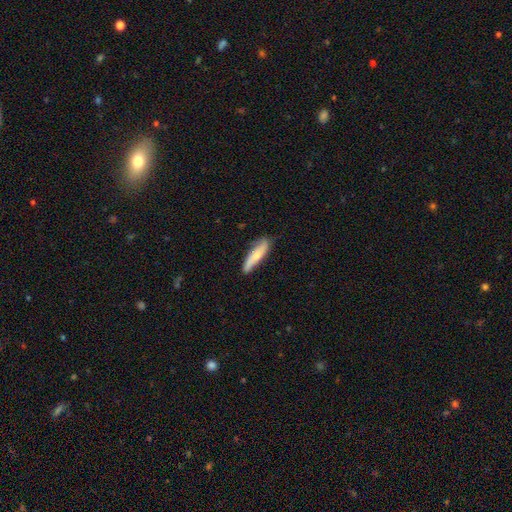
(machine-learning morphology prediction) The model was most divided on "smooth or featured": smooth: 69%, featured or disk: 26%, star or artifact: 6%. More confident: how rounded — cigar-shaped (76%); merging — none (75%).